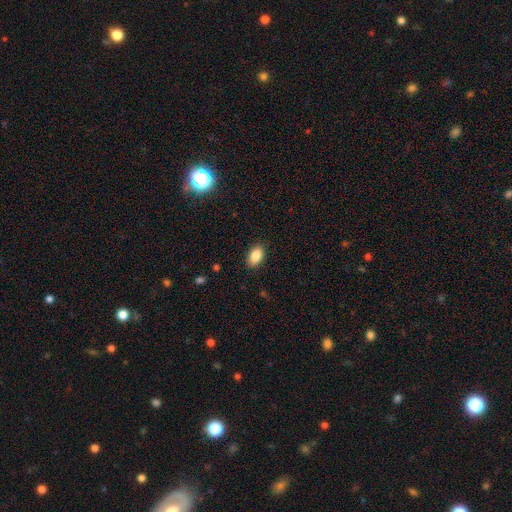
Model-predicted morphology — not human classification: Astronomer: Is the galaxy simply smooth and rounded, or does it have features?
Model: smooth — 88%.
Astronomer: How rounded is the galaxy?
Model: in between — 90%.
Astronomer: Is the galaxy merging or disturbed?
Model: none — 88%.